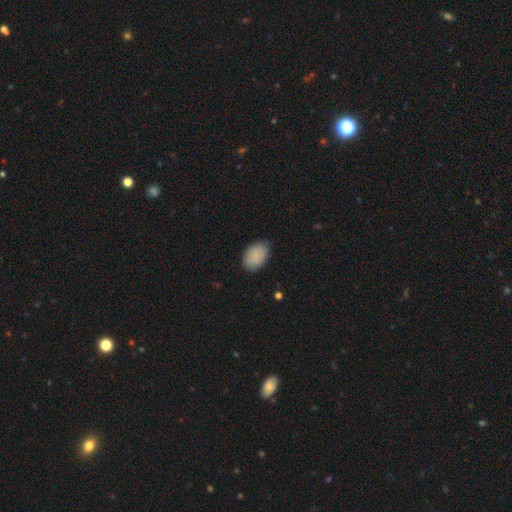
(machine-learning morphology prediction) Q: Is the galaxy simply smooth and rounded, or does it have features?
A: smooth — 88%.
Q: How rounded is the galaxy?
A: in between — 89%.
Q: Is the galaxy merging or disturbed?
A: none — 83%.